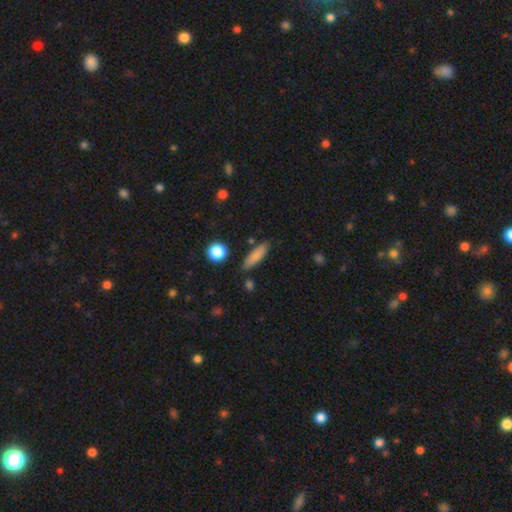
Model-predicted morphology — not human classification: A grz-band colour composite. It shows a smooth galaxy with no disk features (80%) that is cigar-shaped (65%). Merging: none (82%).